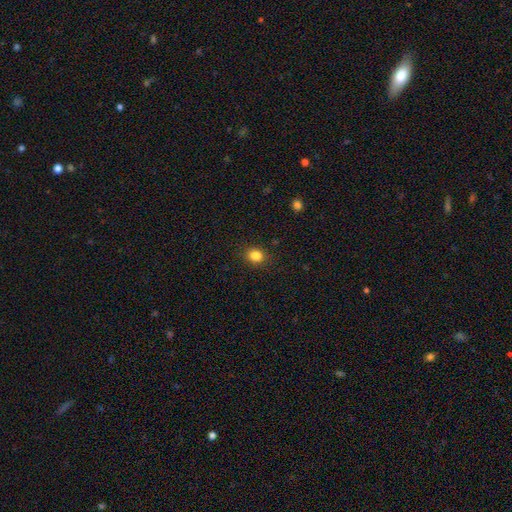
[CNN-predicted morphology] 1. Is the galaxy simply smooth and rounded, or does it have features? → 85% smooth, 11% star or artifact, 4% featured or disk.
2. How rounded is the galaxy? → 65% round, 34% in between, 1% cigar-shaped.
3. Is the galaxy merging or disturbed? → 89% none, 8% minor disturbance, 2% major disturbance, 1% merger.